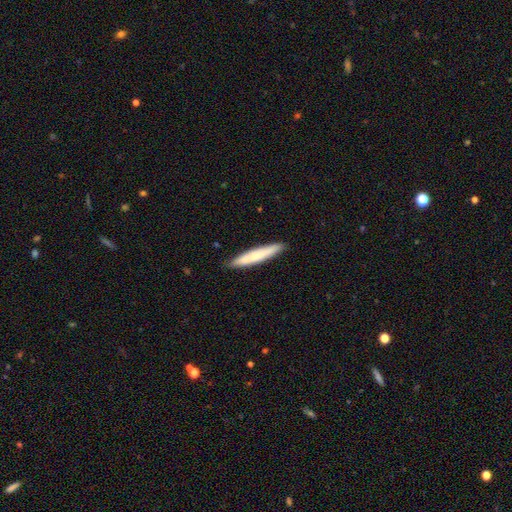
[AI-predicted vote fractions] This is likely a smooth galaxy (67%). How rounded: clearly cigar-shaped (93%). Merging: clearly none (89%).